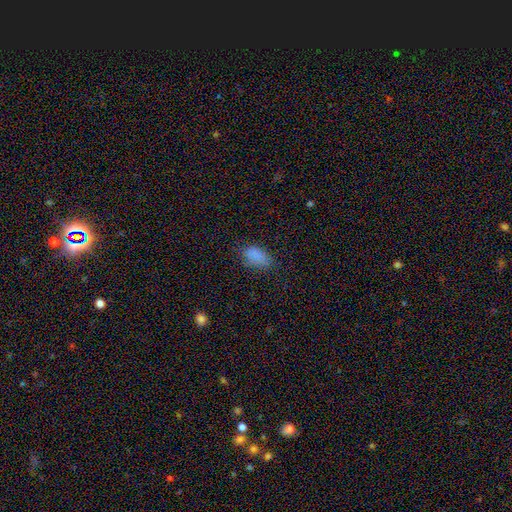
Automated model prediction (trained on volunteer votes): Smooth or featured?
  - smooth: 82% *
  - star or artifact: 12%
  - featured or disk: 6%
How rounded?
  - in between: 91% *
  - round: 7%
  - cigar-shaped: 2%
Merging?
  - none: 68% *
  - minor disturbance: 23%
  - major disturbance: 8%
  - merger: 1%